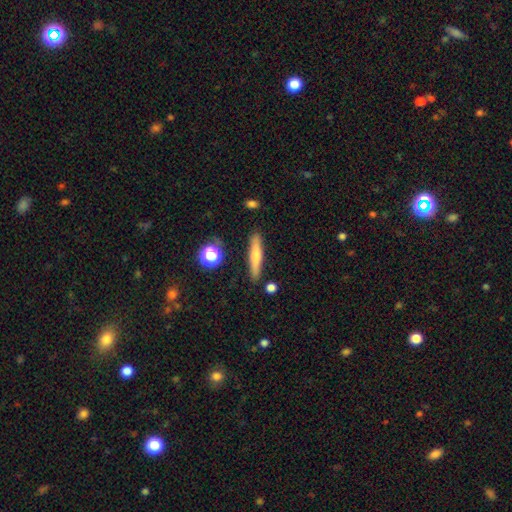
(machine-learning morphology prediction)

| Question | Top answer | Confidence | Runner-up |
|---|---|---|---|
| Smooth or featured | smooth | 64% | featured or disk (28%) |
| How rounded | cigar-shaped | 87% | in between (11%) |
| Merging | none | 86% | minor disturbance (9%) |